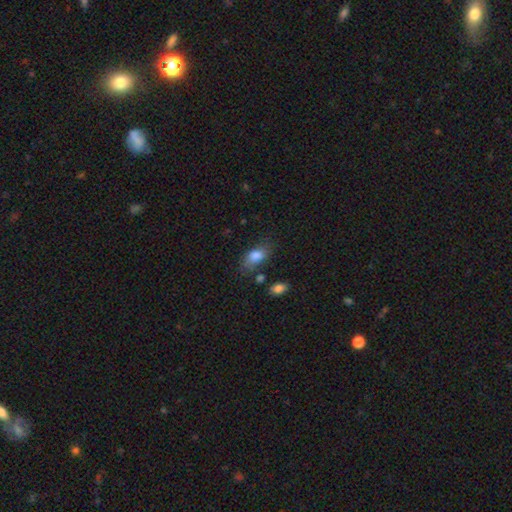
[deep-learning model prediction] A smooth galaxy with no disk features (82%) that is in between round and cigar-shaped (88%). Merging: none (60%).